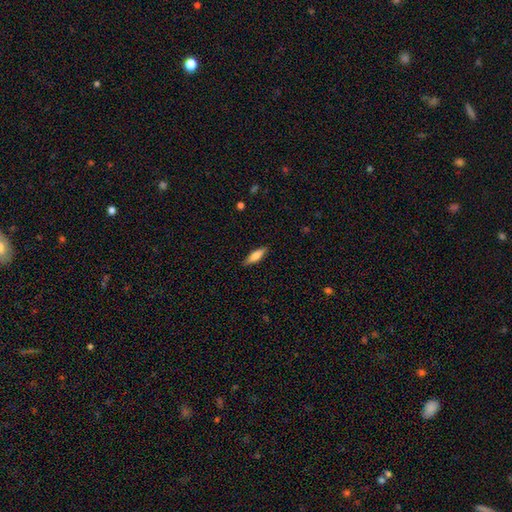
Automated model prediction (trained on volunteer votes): This is likely a smooth galaxy (70%). How rounded: possibly cigar-shaped (52%). Merging: clearly none (87%).